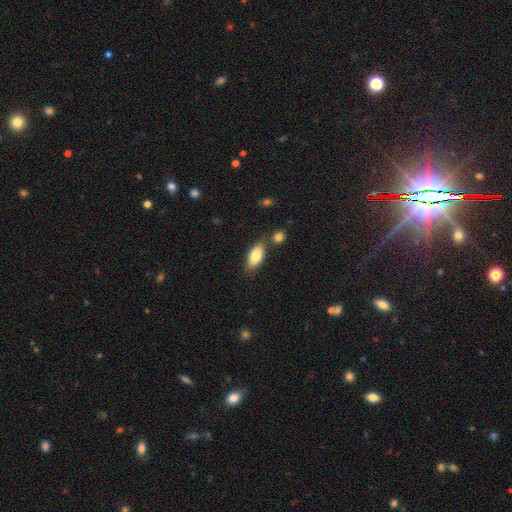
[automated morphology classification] smooth 80%, featured or disk 14%, star or artifact 7%. Down the decision tree: how rounded — in between (86%); merging — none (72%).